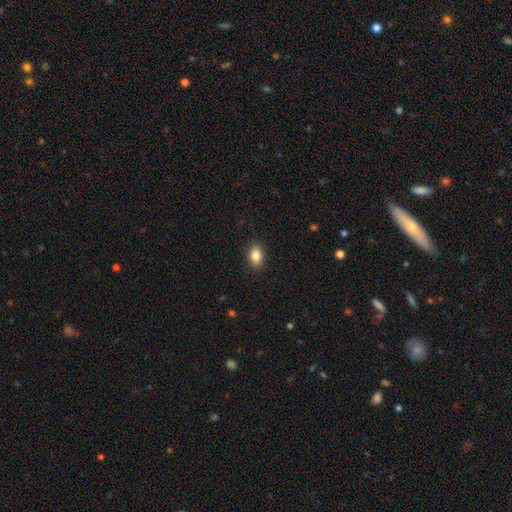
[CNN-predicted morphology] This appears to be a smooth galaxy with no disk features (84%) that is in between round and cigar-shaped (83%). Merging: none (89%).